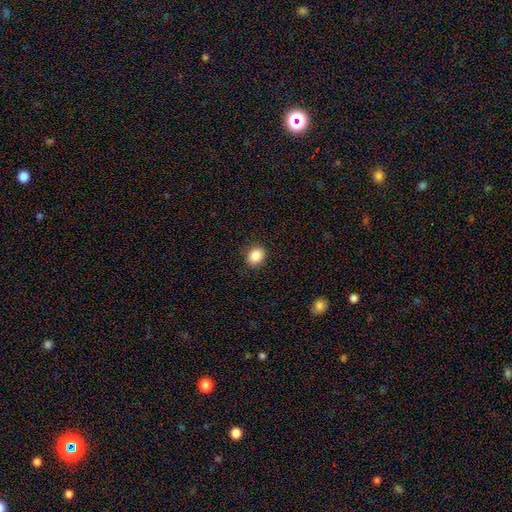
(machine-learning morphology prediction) The model was most divided on "how rounded": round: 60%, in between: 39%, cigar-shaped: 1%. More confident: merging — none (90%); smooth or featured — smooth (86%).